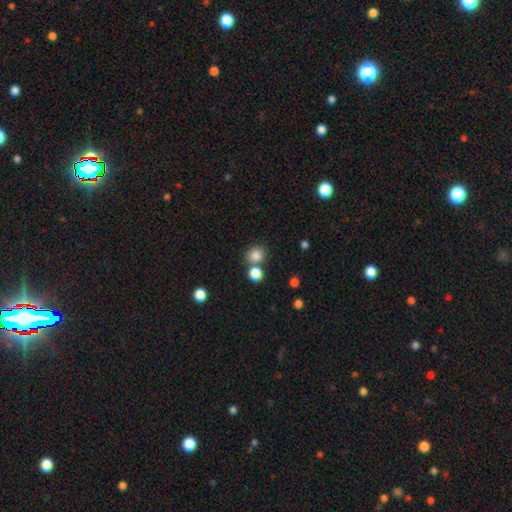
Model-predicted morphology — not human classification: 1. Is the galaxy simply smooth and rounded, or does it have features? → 83% smooth, 12% star or artifact, 5% featured or disk.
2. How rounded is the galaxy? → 80% round, 19% in between, 1% cigar-shaped.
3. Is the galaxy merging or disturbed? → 67% none, 22% merger, 8% minor disturbance, 3% major disturbance.